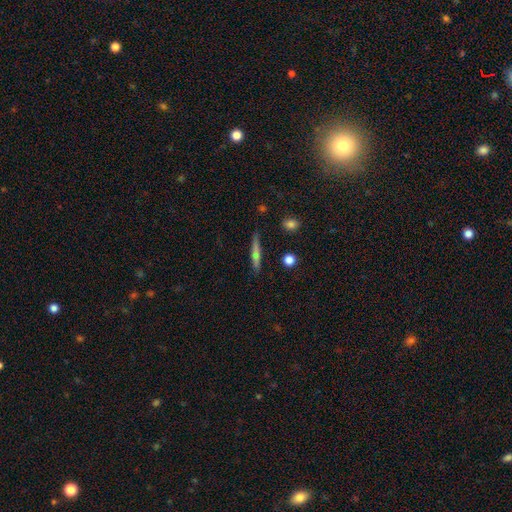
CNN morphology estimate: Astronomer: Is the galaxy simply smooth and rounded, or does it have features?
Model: smooth — 63%.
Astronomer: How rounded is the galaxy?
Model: cigar-shaped — 92%.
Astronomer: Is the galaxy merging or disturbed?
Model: none — 84%.